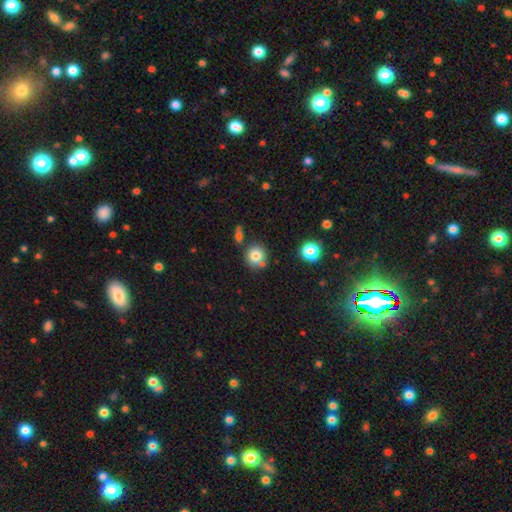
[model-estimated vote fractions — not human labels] Smooth or featured? smooth (80%)
How rounded? round (91%)
Merging? none (75%)